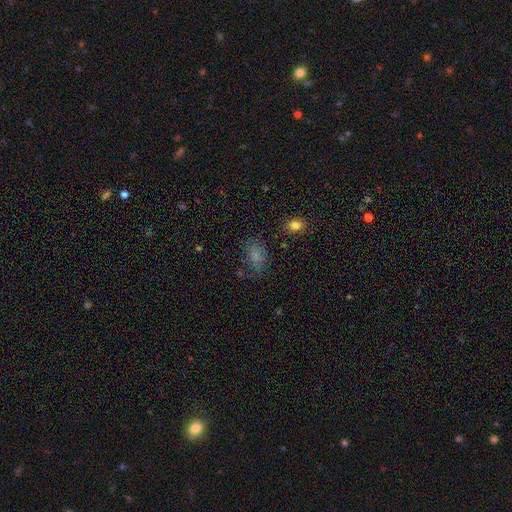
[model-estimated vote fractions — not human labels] A smooth galaxy with no disk features (73%) that is in between round and cigar-shaped (83%). Merging: none (64%).